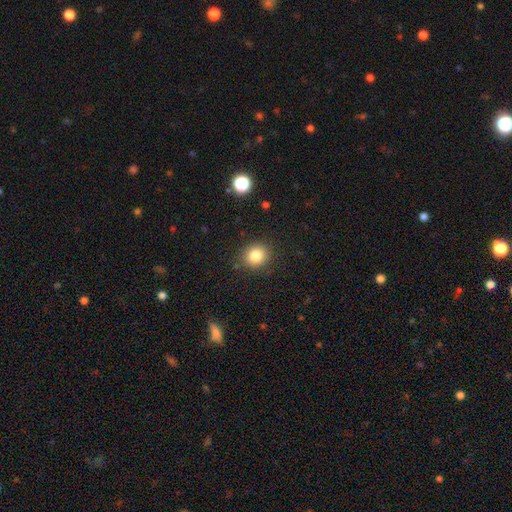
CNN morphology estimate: This appears to be a smooth galaxy with no disk features (82%) that is round (78%). Merging: none (87%).